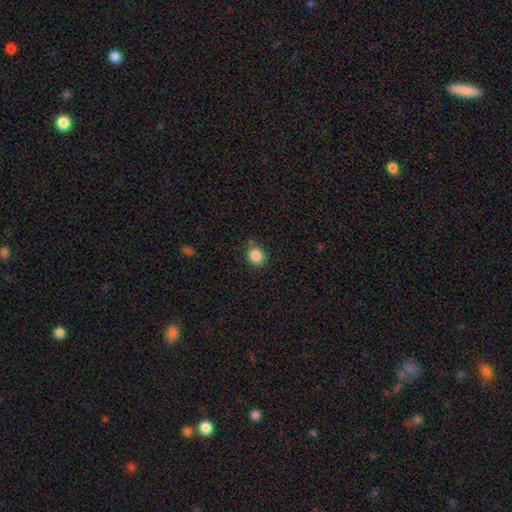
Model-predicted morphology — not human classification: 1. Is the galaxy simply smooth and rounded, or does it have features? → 86% smooth, 10% star or artifact, 4% featured or disk.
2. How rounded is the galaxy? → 81% round, 18% in between, 1% cigar-shaped.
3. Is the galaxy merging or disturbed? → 76% none, 17% minor disturbance, 4% merger, 3% major disturbance.